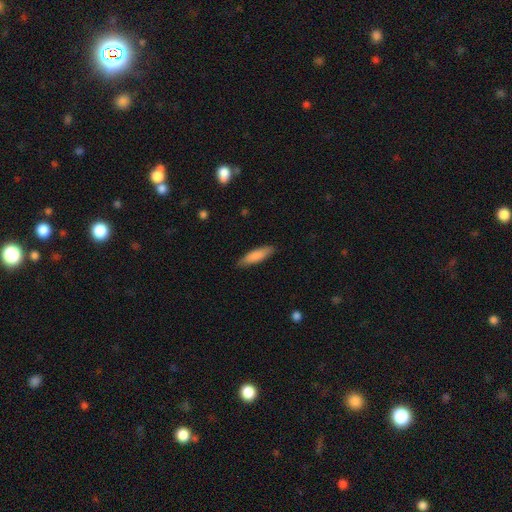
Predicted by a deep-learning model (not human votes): This appears to be a smooth galaxy with no disk features (84%) that is cigar-shaped (64%). Merging: none (85%).